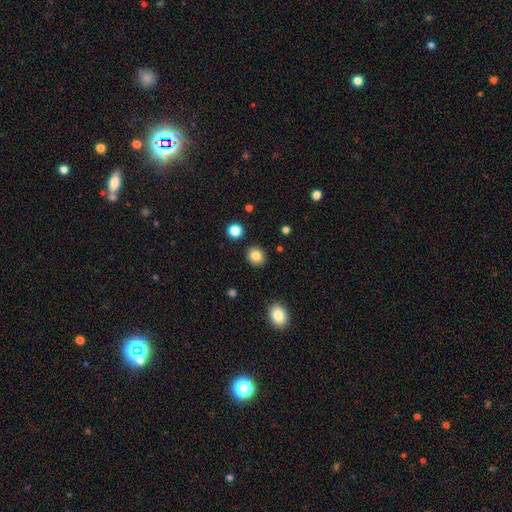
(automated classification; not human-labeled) smooth_or_featured: smooth (p=0.85) [alt: star or artifact p=0.10]
how_rounded: round (p=0.74) [alt: in between p=0.25]
merging: none (p=0.90) [alt: minor disturbance p=0.06]